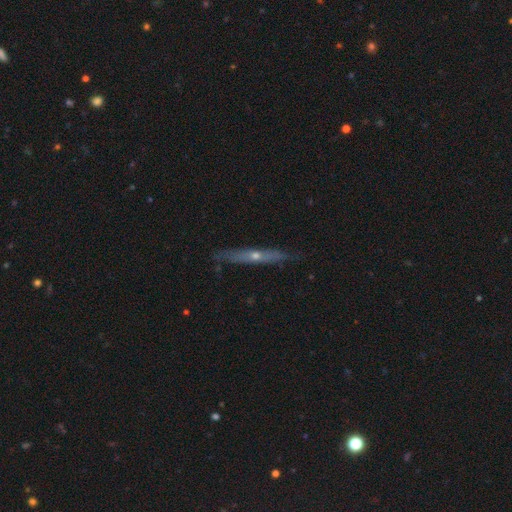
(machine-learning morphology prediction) Smooth or featured? Predicted: featured or disk (p=0.67). Edge-on disk? Predicted: yes (p=0.90). Edge-on bulge? Predicted: rounded (p=0.77). Merging? Predicted: none (p=0.84).